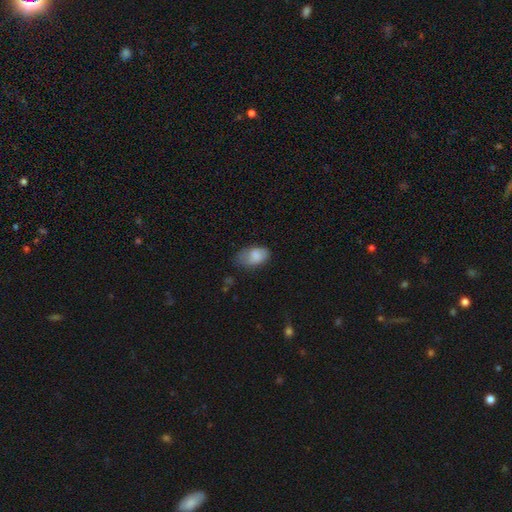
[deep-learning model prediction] smooth 81%, featured or disk 11%, star or artifact 8%. Down the decision tree: how rounded — in between (91%); merging — none (48%).